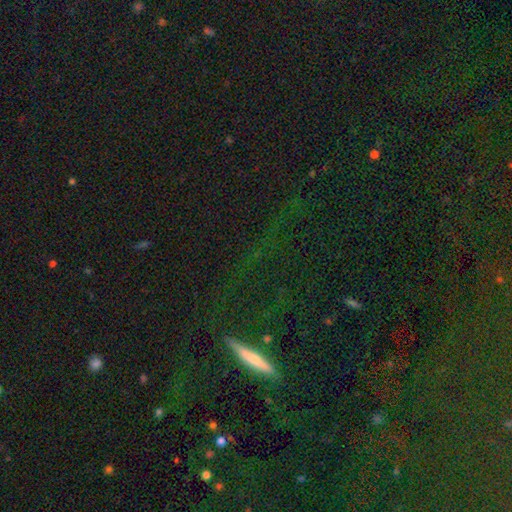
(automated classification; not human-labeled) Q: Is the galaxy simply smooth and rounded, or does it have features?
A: star or artifact — 58%.